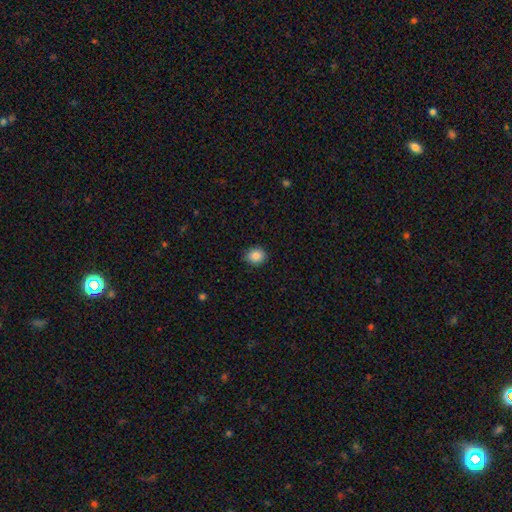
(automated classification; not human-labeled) A smooth galaxy with no disk features (87%) that is round (66%). Merging: none (86%).